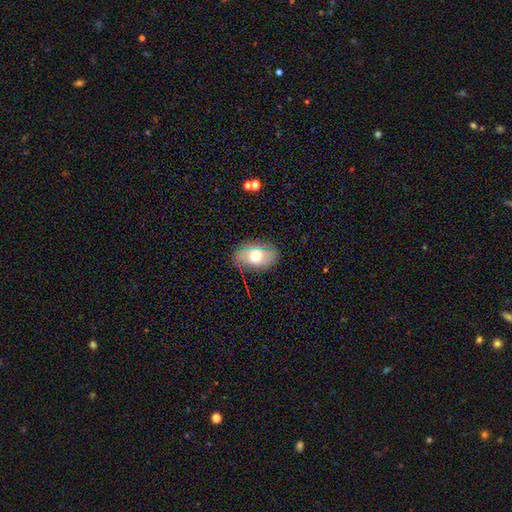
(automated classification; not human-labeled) Smooth or featured: smooth — 58% (featured or disk — 33%)
How rounded: in between — 85% (round — 14%)
Merging: none — 77% (minor disturbance — 17%)